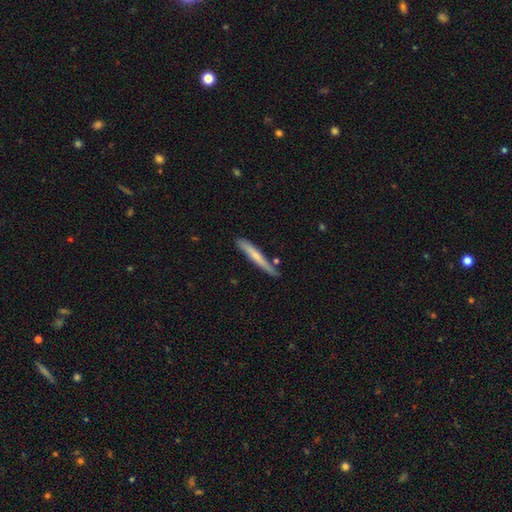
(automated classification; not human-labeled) Smooth or featured?
  - smooth: 59% *
  - featured or disk: 36%
  - star or artifact: 6%
How rounded?
  - cigar-shaped: 95% *
  - in between: 3%
  - round: 1%
Merging?
  - none: 78% *
  - minor disturbance: 15%
  - merger: 4%
  - major disturbance: 3%